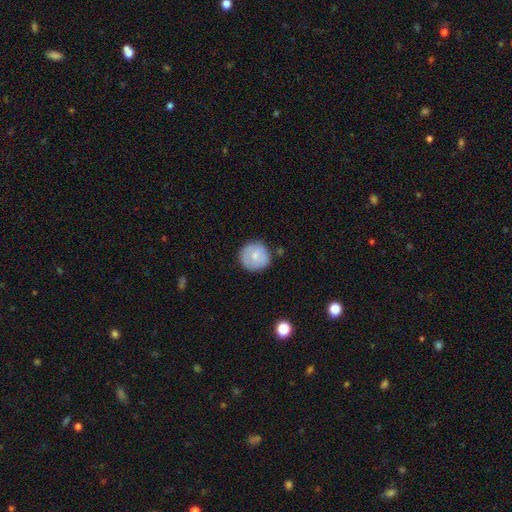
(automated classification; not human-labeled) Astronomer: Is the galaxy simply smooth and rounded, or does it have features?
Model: smooth — 66%.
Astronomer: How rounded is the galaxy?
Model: round — 92%.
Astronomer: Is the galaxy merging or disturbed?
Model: none — 77%.